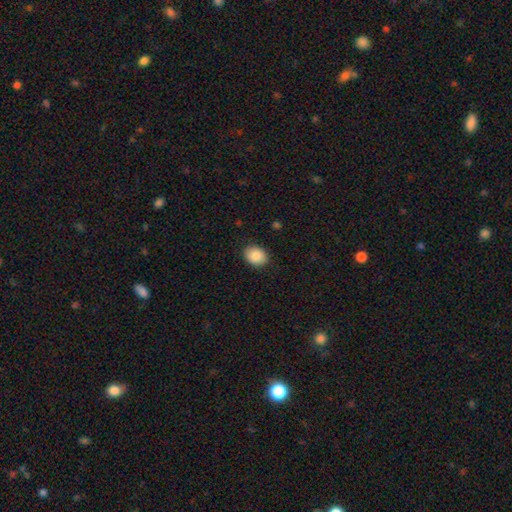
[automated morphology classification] smooth 87%, star or artifact 8%, featured or disk 5%. Down the decision tree: how rounded — in between (58%); merging — none (89%).